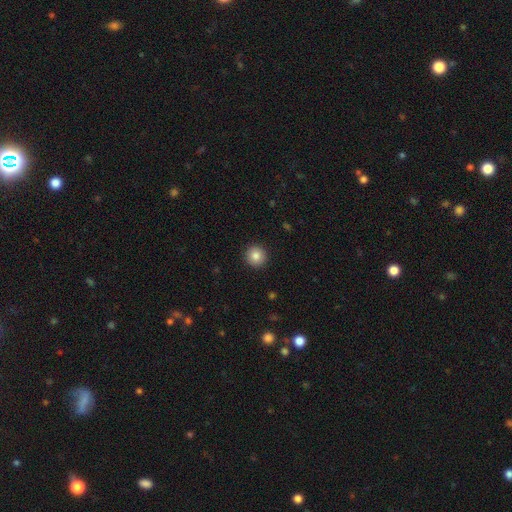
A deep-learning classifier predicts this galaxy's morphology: Q: Smooth or featured?
A: smooth (85%); runner-up: star or artifact (9%)
Q: How rounded?
A: round (95%); runner-up: in between (4%)
Q: Merging?
A: none (93%); runner-up: minor disturbance (5%)